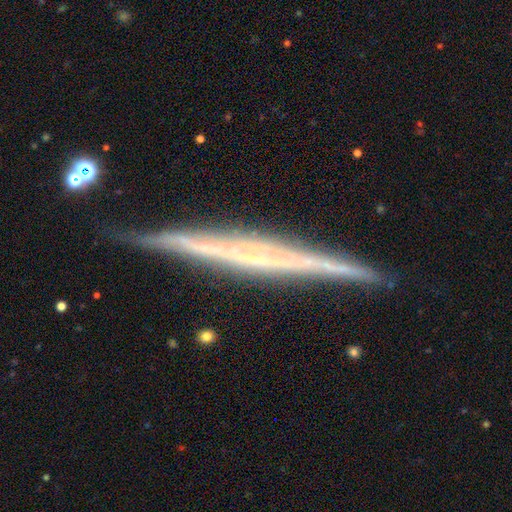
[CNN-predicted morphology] featured or disk 81%, smooth 13%, star or artifact 6%. Down the decision tree: edge-on disk — yes (98%); edge-on bulge — none (65%); merging — none (87%).